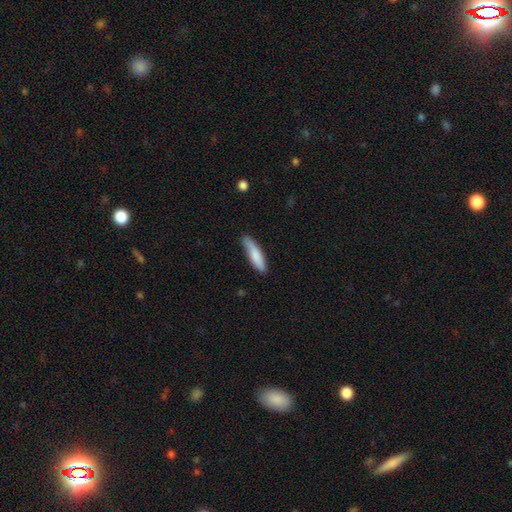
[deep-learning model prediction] Smooth or featured?
  - smooth: 81% *
  - featured or disk: 14%
  - star or artifact: 5%
How rounded?
  - cigar-shaped: 74% *
  - in between: 24%
  - round: 1%
Merging?
  - none: 76% *
  - minor disturbance: 20%
  - major disturbance: 3%
  - merger: 2%